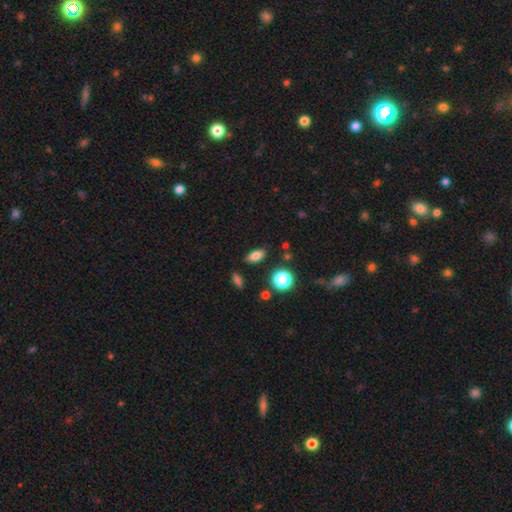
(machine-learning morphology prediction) A smooth galaxy with no disk features (79%) that is in between round and cigar-shaped (80%).

Vote fractions:
- Smooth or featured? smooth: 79% / star or artifact: 12% / featured or disk: 9%
- How rounded? in between: 80% / round: 11% / cigar-shaped: 9%
- Merging? none: 85% / minor disturbance: 10% / major disturbance: 3% / merger: 2%